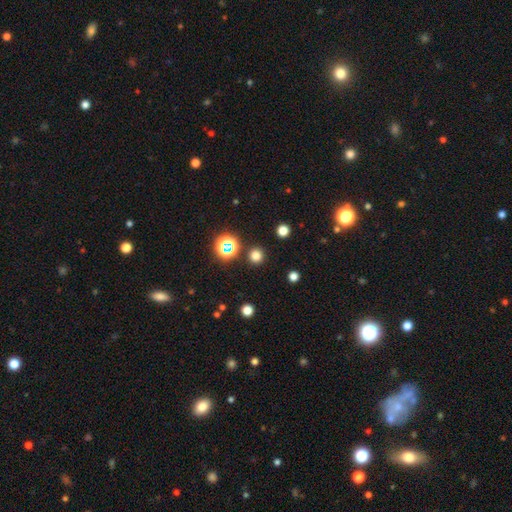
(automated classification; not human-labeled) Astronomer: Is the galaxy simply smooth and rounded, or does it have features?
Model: smooth — 74%.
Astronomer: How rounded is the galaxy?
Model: round — 94%.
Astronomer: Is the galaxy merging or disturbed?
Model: none — 89%.